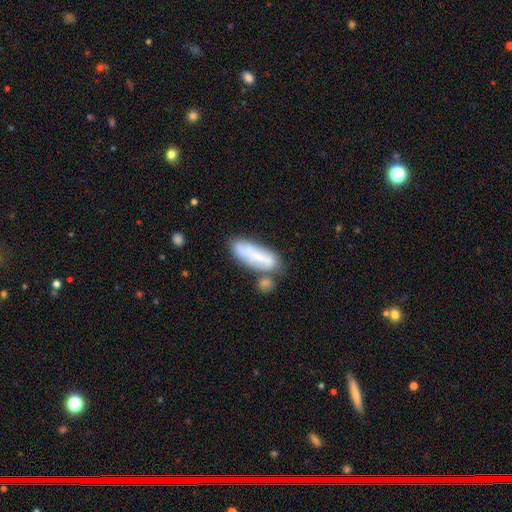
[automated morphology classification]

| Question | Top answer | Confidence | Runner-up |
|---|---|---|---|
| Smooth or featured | smooth | 60% | featured or disk (32%) |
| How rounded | in between | 56% | cigar-shaped (41%) |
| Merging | none | 42% | merger (28%) |